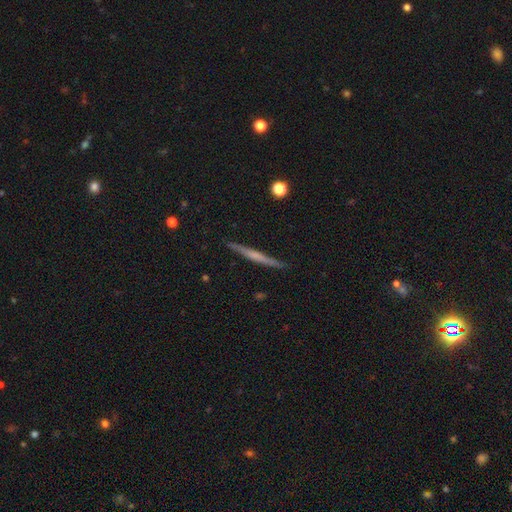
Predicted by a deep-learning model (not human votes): The model was most divided on "smooth or featured": featured or disk: 58%, smooth: 35%, star or artifact: 6%. More confident: edge-on disk — yes (97%); merging — none (90%); edge-on bulge — none (60%).